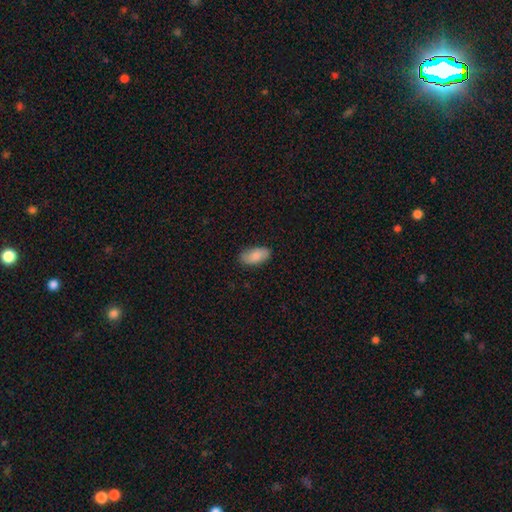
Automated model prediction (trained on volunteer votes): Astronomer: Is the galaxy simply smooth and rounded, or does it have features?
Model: smooth — 85%.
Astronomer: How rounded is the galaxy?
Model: in between — 93%.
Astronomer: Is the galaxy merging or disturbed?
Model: none — 85%.